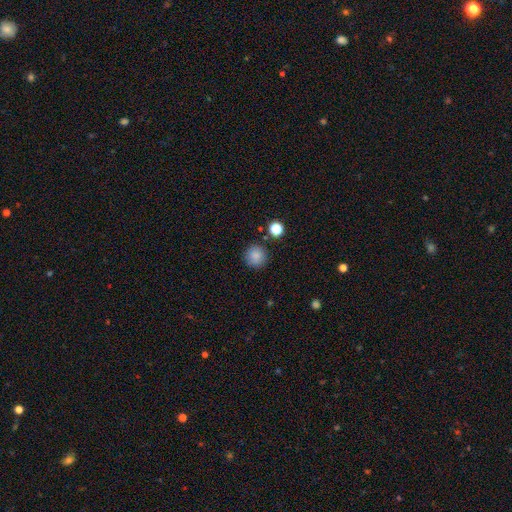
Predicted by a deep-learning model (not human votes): smooth-or-featured: smooth: 86% | star or artifact: 10% | featured or disk: 4%
  how-rounded: round: 94% | in between: 5% | cigar-shaped: 1%
  merging: none: 89% | minor disturbance: 7% | merger: 3% | major disturbance: 2%